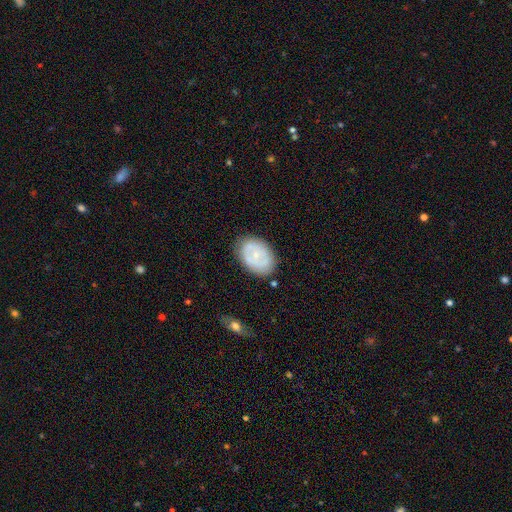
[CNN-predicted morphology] smooth-or-featured: featured or disk: 49% | smooth: 45% | star or artifact: 7%
  merging: none: 79% | minor disturbance: 15% | major disturbance: 4% | merger: 2%